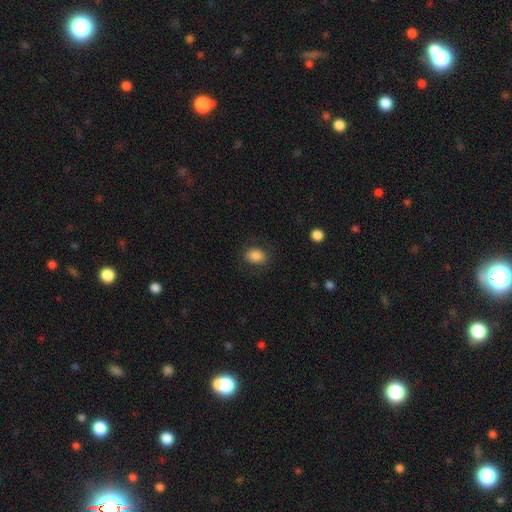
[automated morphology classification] The model was most divided on "how rounded": in between: 65%, round: 34%, cigar-shaped: 1%. More confident: smooth or featured — smooth (85%); merging — none (81%).